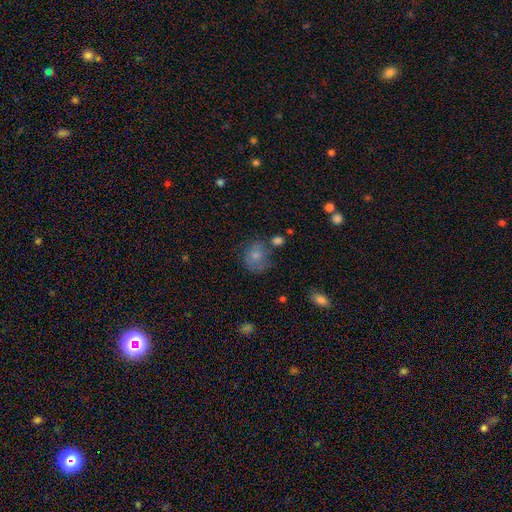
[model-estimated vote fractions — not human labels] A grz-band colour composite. It shows a smooth galaxy with no disk features (73%) that is round (67%). Merging: none (48%).